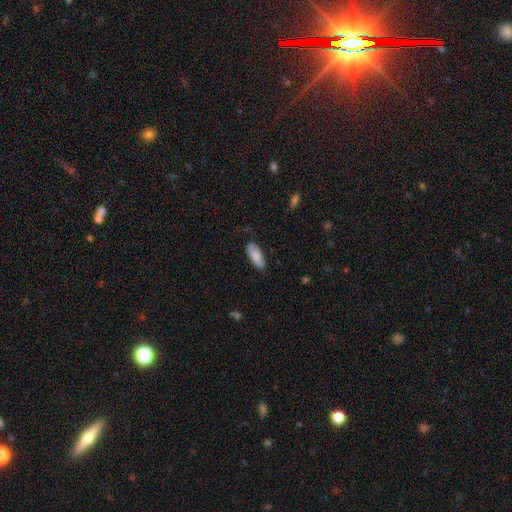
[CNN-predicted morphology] Smooth or featured? smooth (85%)
How rounded? in between (79%)
Merging? none (74%)